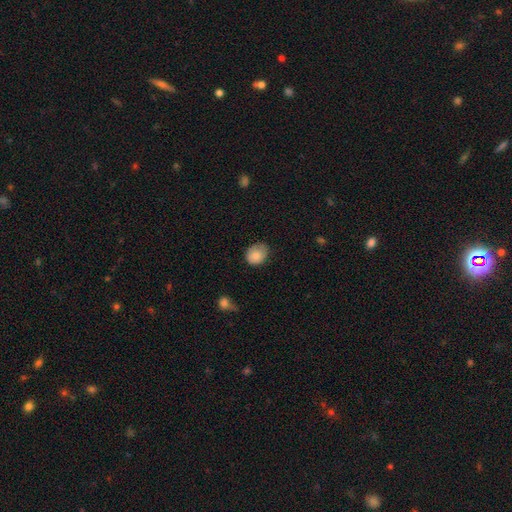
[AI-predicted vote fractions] Smooth or featured? Predicted: smooth (p=0.83). How rounded? Predicted: round (p=0.54). Merging? Predicted: none (p=0.61).